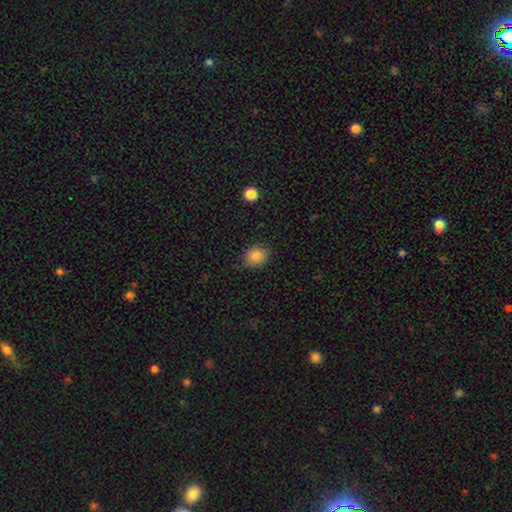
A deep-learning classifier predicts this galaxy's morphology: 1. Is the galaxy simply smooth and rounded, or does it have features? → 86% smooth, 9% star or artifact, 5% featured or disk.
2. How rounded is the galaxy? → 52% round, 47% in between, 1% cigar-shaped.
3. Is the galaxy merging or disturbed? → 83% none, 13% minor disturbance, 3% major disturbance, 1% merger.